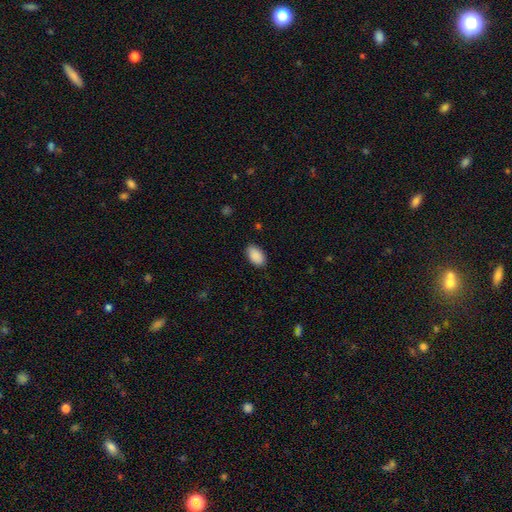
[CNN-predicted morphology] Smooth or featured?
  - smooth: 91% *
  - star or artifact: 6%
  - featured or disk: 3%
How rounded?
  - in between: 94% *
  - round: 5%
  - cigar-shaped: 1%
Merging?
  - none: 86% *
  - minor disturbance: 11%
  - major disturbance: 2%
  - merger: 1%